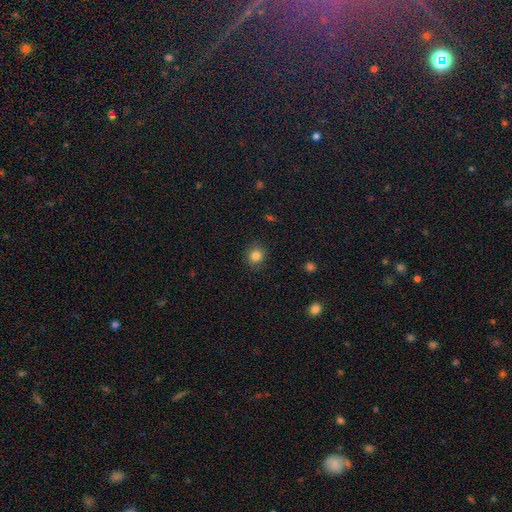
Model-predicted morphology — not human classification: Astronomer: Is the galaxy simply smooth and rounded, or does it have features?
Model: smooth — 84%.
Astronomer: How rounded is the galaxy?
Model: round — 81%.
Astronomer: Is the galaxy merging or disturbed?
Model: none — 88%.